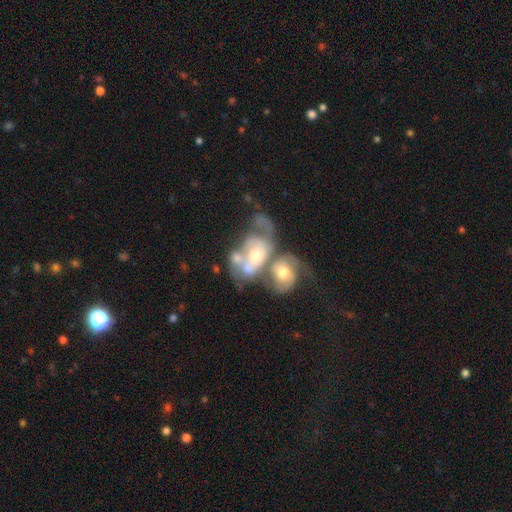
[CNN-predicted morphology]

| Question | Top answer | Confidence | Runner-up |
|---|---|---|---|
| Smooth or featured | featured or disk | 68% | smooth (23%) |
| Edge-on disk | no | 96% | yes (4%) |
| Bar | no | 73% | weak (21%) |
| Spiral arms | yes | 59% | no (41%) |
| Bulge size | moderate | 61% | small (17%) |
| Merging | merger | 73% | major disturbance (13%) |